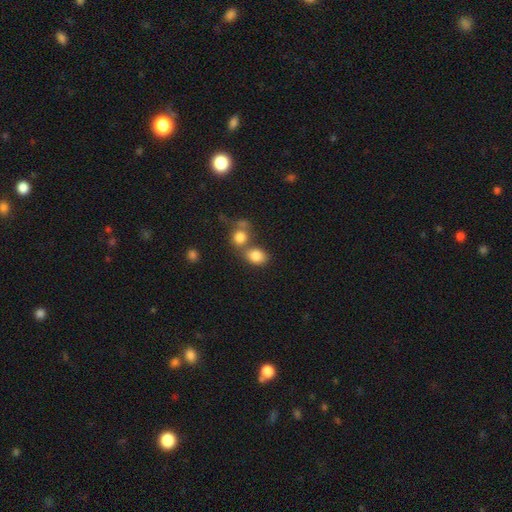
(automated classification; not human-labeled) This appears to be a smooth galaxy with no disk features (82%) that is in between round and cigar-shaped (56%). Merging: none (46%).